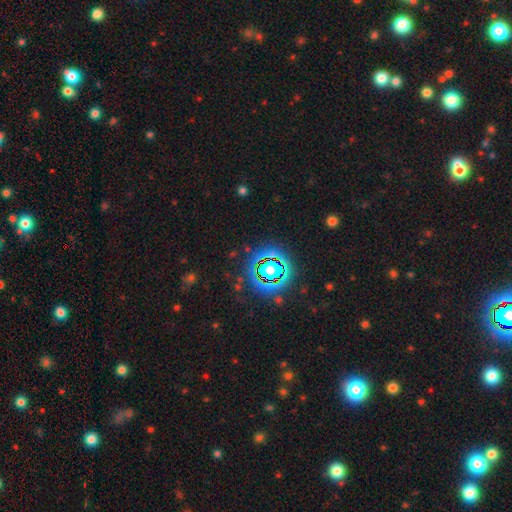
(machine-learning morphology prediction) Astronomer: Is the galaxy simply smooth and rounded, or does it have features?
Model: star or artifact — 81%.